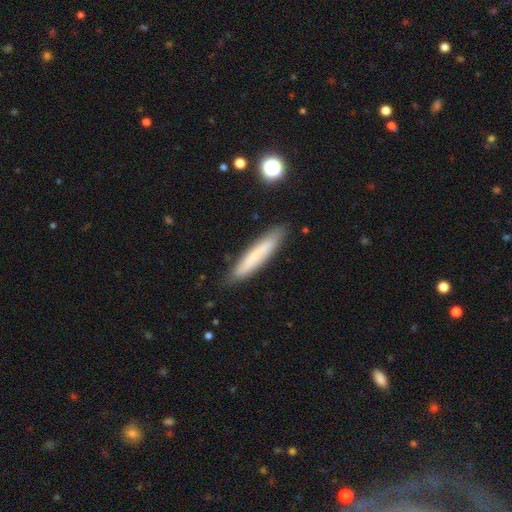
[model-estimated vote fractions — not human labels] This appears to be a smooth galaxy with no disk features (70%) that is cigar-shaped (90%). Merging: none (85%).